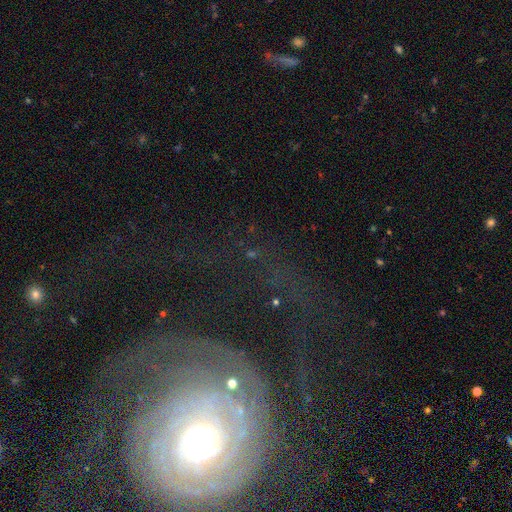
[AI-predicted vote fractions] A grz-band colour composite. It shows a featured or disk galaxy (77%) with no bar (69%), 2 (31%) tight (52%) spiral arms (82%) and a moderate central bulge (57%). Merging: none (53%).